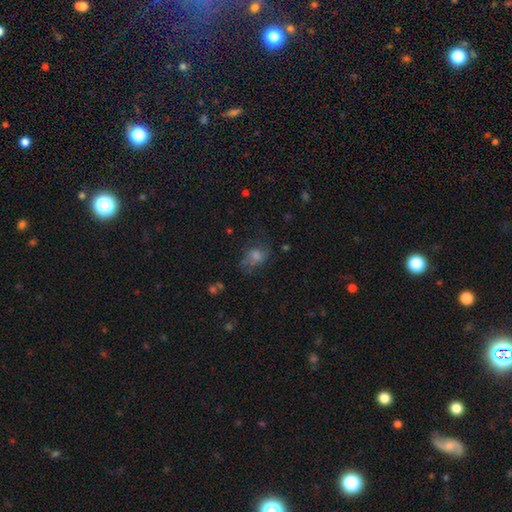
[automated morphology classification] Overall: smooth (47%; featured or disk 29%). Merging: none (51%; minor disturbance 23%).